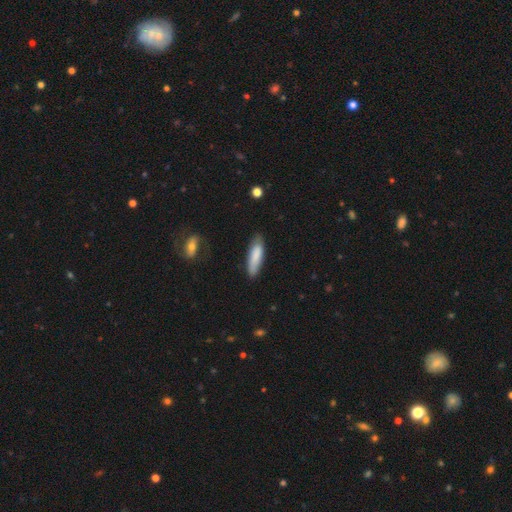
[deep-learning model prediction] This appears to be a smooth galaxy with no disk features (83%) that is cigar-shaped (58%). Merging: none (74%).